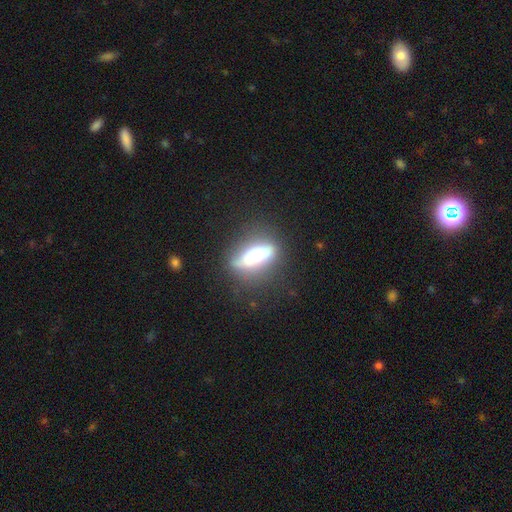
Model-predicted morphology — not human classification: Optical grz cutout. It shows a featured or disk galaxy (47%). Merging: none (64%).